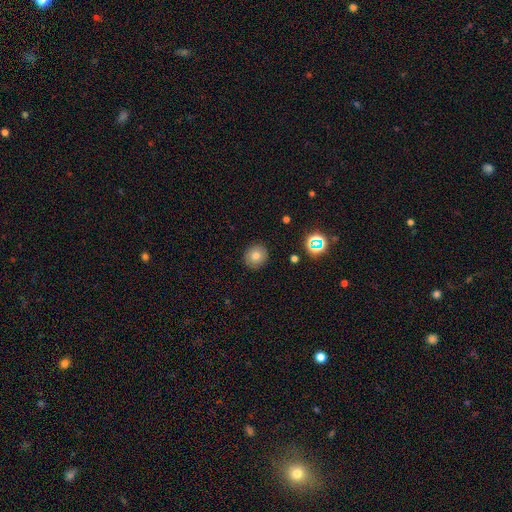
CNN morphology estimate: smooth-or-featured: smooth: 77% | star or artifact: 13% | featured or disk: 9%
  how-rounded: round: 88% | in between: 11% | cigar-shaped: 1%
  merging: none: 90% | minor disturbance: 7% | major disturbance: 2% | merger: 1%